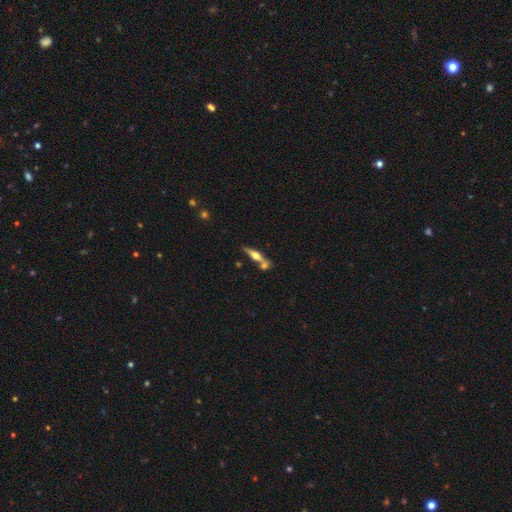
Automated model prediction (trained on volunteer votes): Smooth or featured? Predicted: featured or disk (p=0.66). Edge-on disk? Predicted: yes (p=0.95). Edge-on bulge? Predicted: rounded (p=0.92). Merging? Predicted: none (p=0.60).